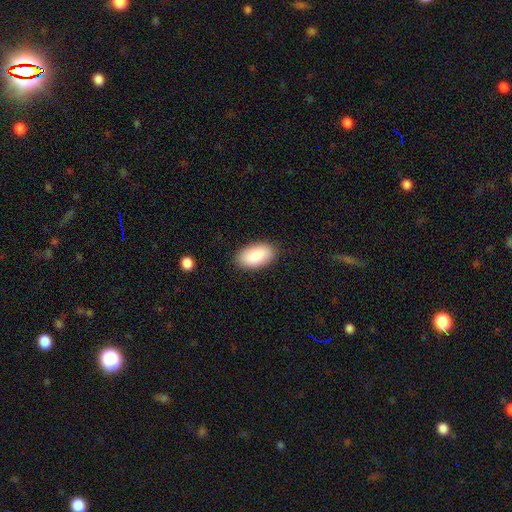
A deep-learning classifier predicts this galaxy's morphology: Smooth or featured: smooth — 88% (featured or disk — 7%)
How rounded: in between — 95% (round — 2%)
Merging: none — 87% (minor disturbance — 9%)